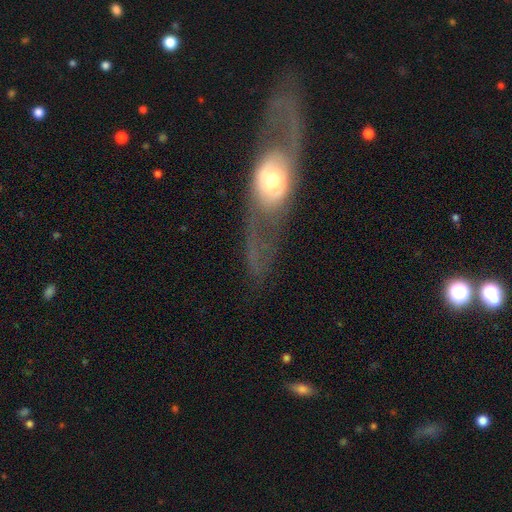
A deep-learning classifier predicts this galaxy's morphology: This appears to be a featured or disk galaxy (73%) with no bar (66%), spiral arms (66%) and a moderate central bulge (53%). Merging: none (60%).